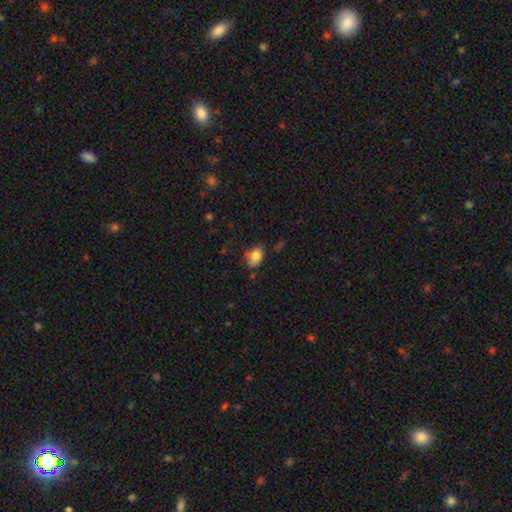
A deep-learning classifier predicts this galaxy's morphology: smooth_or_featured: smooth (p=0.79) [alt: featured or disk p=0.11]
how_rounded: in between (p=0.75) [alt: round p=0.23]
merging: none (p=0.55) [alt: minor disturbance p=0.32]